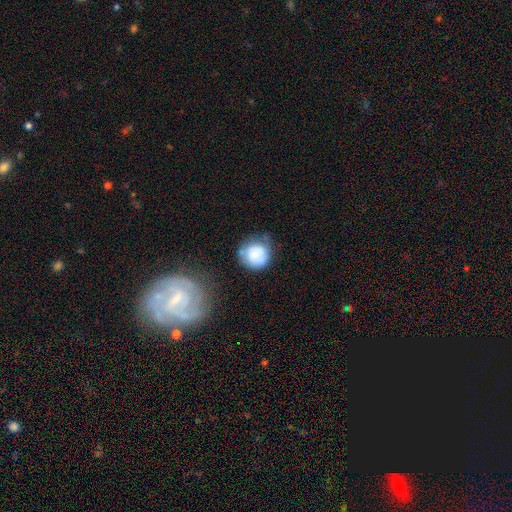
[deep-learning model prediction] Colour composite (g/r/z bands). It shows a smooth galaxy with no disk features (76%) that is round (89%). Merging: none (55%).